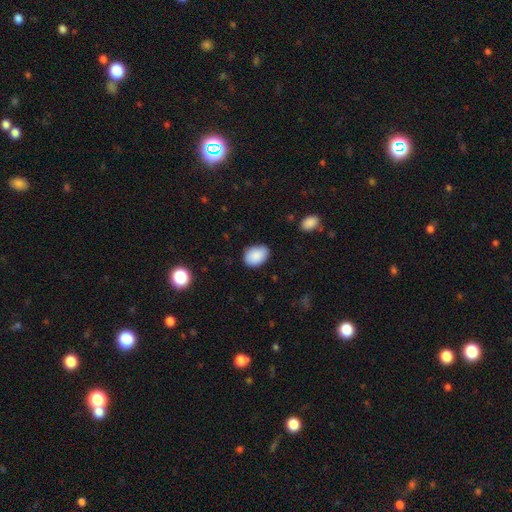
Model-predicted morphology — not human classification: Smooth or featured: smooth — 89% (star or artifact — 7%)
How rounded: in between — 80% (round — 19%)
Merging: none — 77% (minor disturbance — 19%)